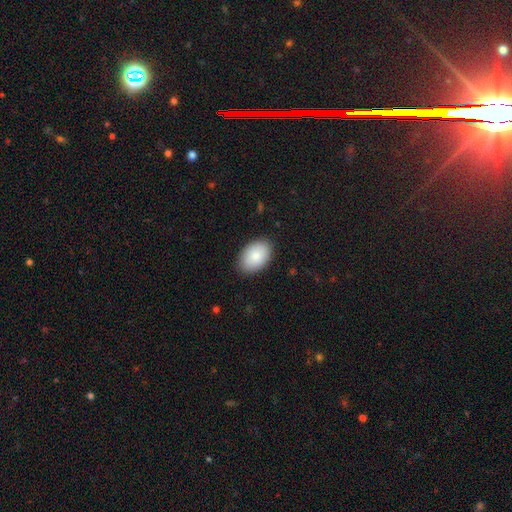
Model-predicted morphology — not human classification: Smooth or featured: smooth — 87% (featured or disk — 7%)
How rounded: in between — 89% (round — 10%)
Merging: none — 87% (minor disturbance — 10%)